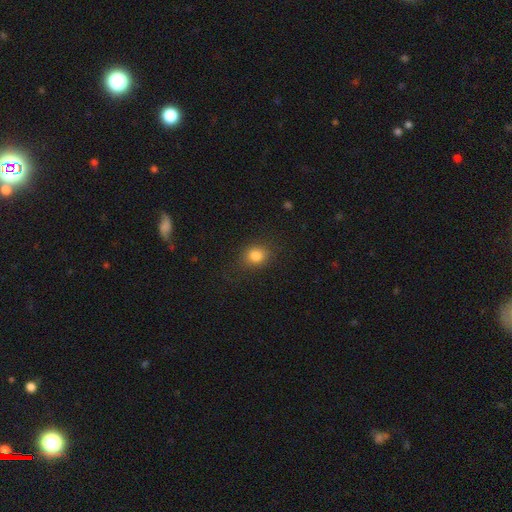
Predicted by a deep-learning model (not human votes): The model was most divided on "how rounded": round: 60%, in between: 39%, cigar-shaped: 1%. More confident: smooth or featured — smooth (83%); merging — none (80%).